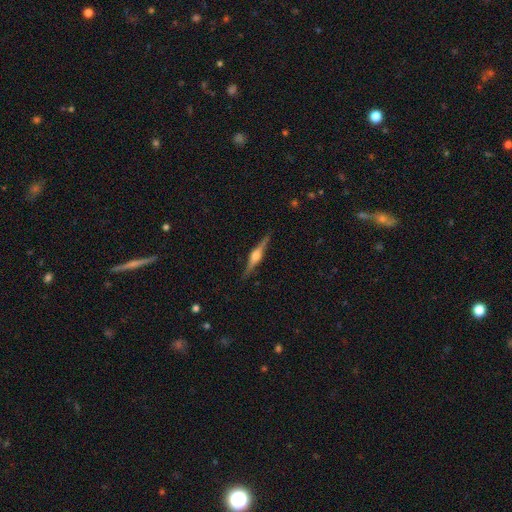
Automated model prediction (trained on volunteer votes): This is likely a featured or disk galaxy (80%). It is clearly viewed edge-on (98%). Edge-on bulge: clearly rounded (87%). Merging: clearly none (89%).